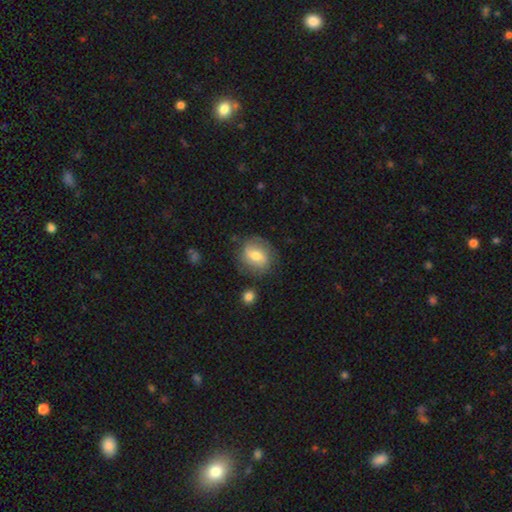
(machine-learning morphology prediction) type=smooth (56%); roundness=round (61%); merging=none (73%).